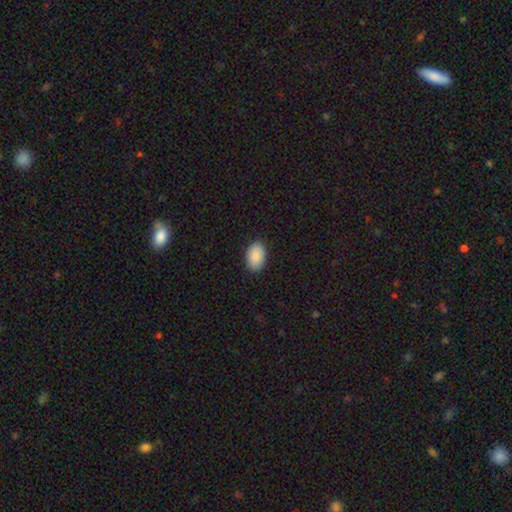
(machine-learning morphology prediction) This appears to be a smooth galaxy with no disk features (89%) that is in between round and cigar-shaped (92%). Merging: none (89%).